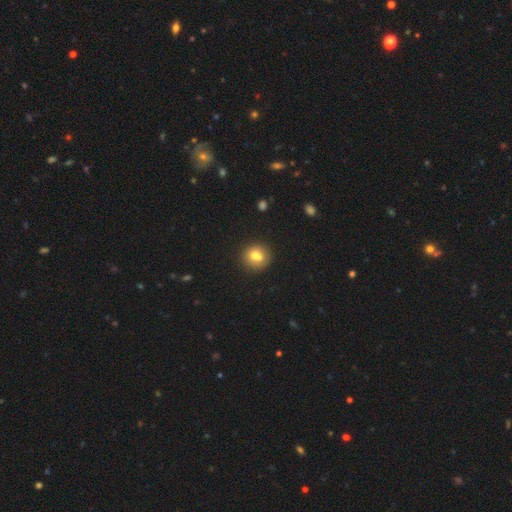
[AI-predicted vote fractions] The model was most divided on "merging": none: 56%, merger: 30%, minor disturbance: 11%, major disturbance: 3%. More confident: how rounded — round (81%); smooth or featured — smooth (73%).